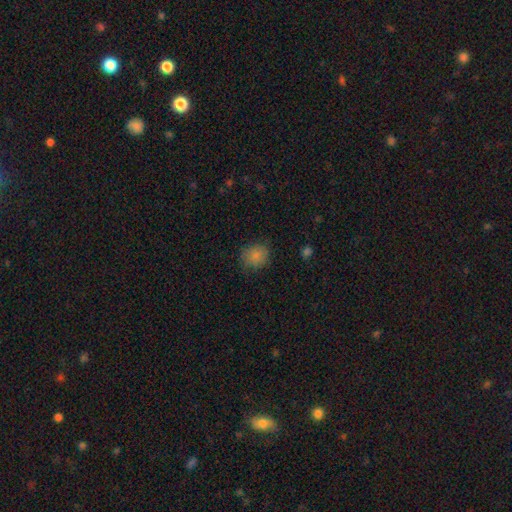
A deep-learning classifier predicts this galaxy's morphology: Smooth or featured? Predicted: smooth (p=0.83). How rounded? Predicted: round (p=0.77). Merging? Predicted: none (p=0.79).